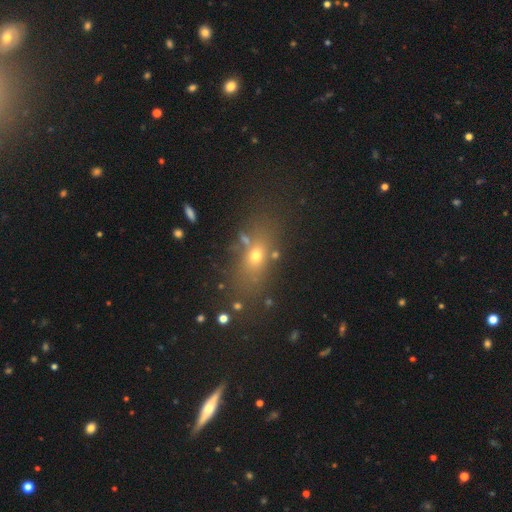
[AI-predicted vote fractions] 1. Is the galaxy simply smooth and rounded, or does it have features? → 61% smooth, 20% featured or disk, 19% star or artifact.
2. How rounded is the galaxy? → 65% in between, 23% round, 11% cigar-shaped.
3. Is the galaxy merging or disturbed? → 72% none, 13% minor disturbance, 7% major disturbance, 7% merger.